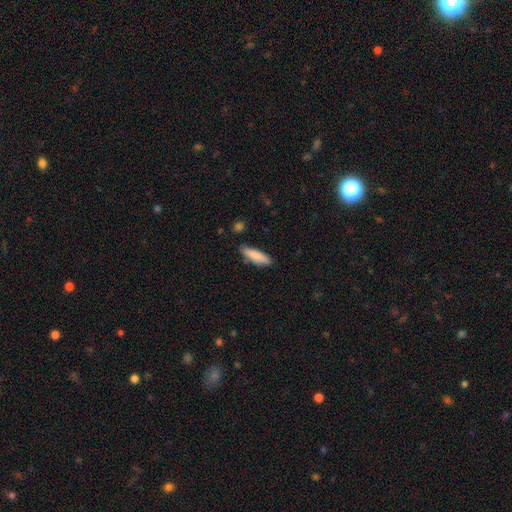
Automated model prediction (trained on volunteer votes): Smooth or featured?
  - smooth: 85% *
  - featured or disk: 9%
  - star or artifact: 6%
How rounded?
  - cigar-shaped: 65% *
  - in between: 33%
  - round: 2%
Merging?
  - none: 82% *
  - minor disturbance: 13%
  - merger: 2%
  - major disturbance: 2%